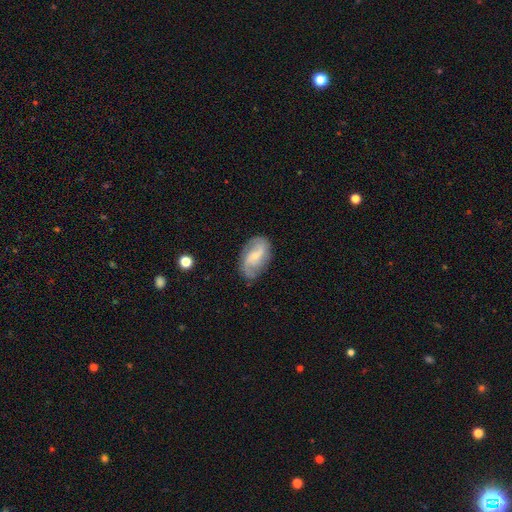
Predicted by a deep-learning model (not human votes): Smooth or featured? featured or disk (73%)
Edge-on disk? no (96%)
Bar? weak (48%)
Spiral arms? yes (92%)
Spiral winding? loose (41%, tied with medium)
Spiral arm count? 2 (78%)
Bulge size? small (66%)
Merging? none (75%)